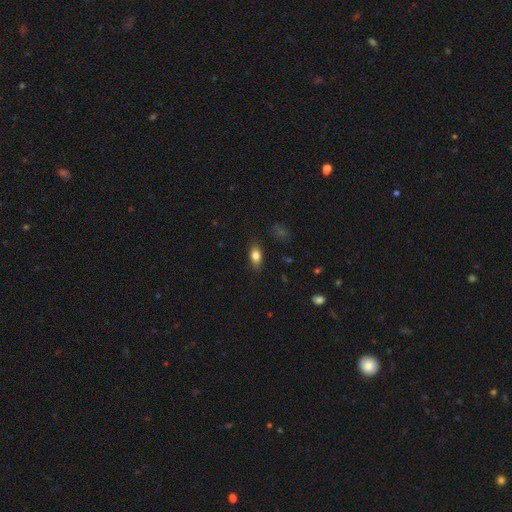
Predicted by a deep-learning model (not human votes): A smooth galaxy with no disk features (80%) that is in between round and cigar-shaped (86%). Merging: none (84%).